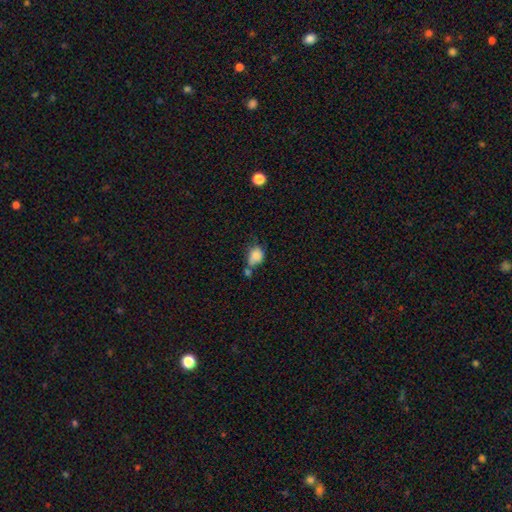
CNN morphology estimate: Smooth or featured: smooth — 81% (featured or disk — 10%)
How rounded: in between — 56% (round — 43%)
Merging: merger — 37% (none — 29%)